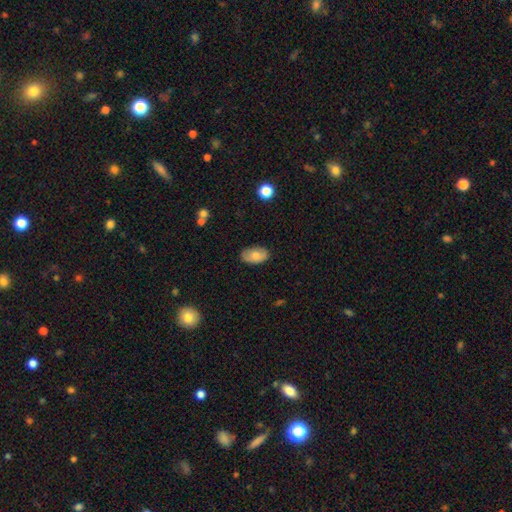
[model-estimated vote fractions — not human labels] Smooth or featured?
  - smooth: 79% *
  - featured or disk: 14%
  - star or artifact: 7%
How rounded?
  - in between: 93% *
  - round: 5%
  - cigar-shaped: 2%
Merging?
  - none: 82% *
  - minor disturbance: 14%
  - major disturbance: 3%
  - merger: 1%